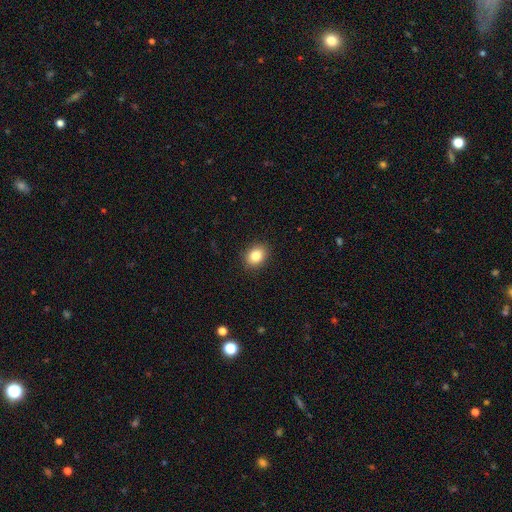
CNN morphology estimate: smooth_or_featured: smooth (p=0.85) [alt: star or artifact p=0.09]
how_rounded: in between (p=0.57) [alt: round p=0.42]
merging: none (p=0.90) [alt: minor disturbance p=0.07]